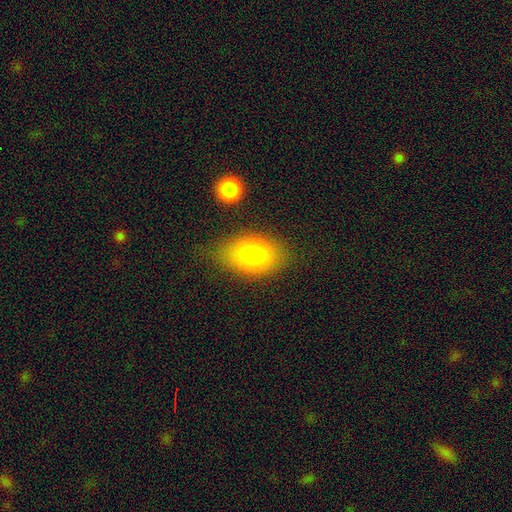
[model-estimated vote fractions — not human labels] A smooth galaxy with no disk features (81%) that is in between round and cigar-shaped (86%). Merging: none (72%).